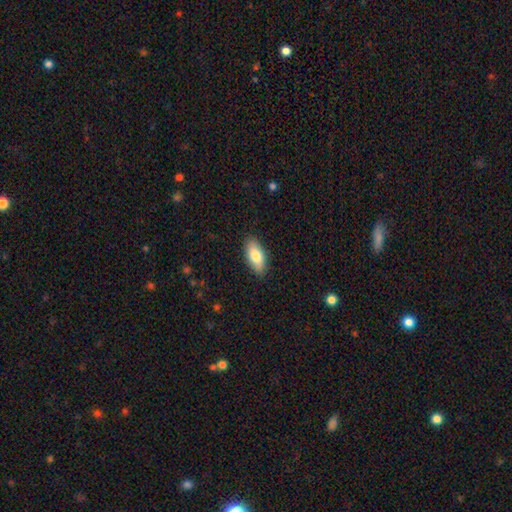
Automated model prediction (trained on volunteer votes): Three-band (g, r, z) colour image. It shows a smooth galaxy with no disk features (78%) that is in between round and cigar-shaped (89%). Merging: none (88%).